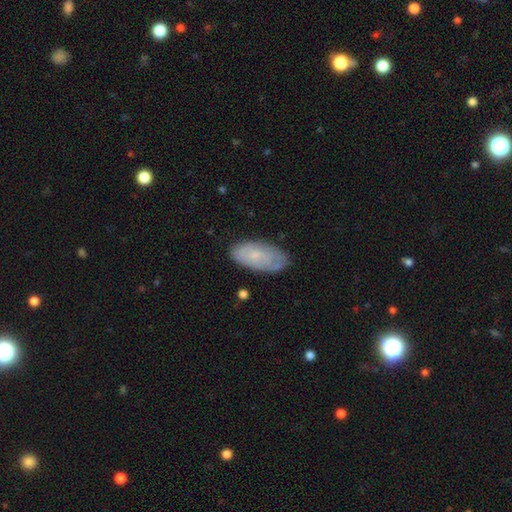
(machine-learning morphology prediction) A smooth galaxy with no disk features (61%) that is in between round and cigar-shaped (92%). Merging: none (73%).